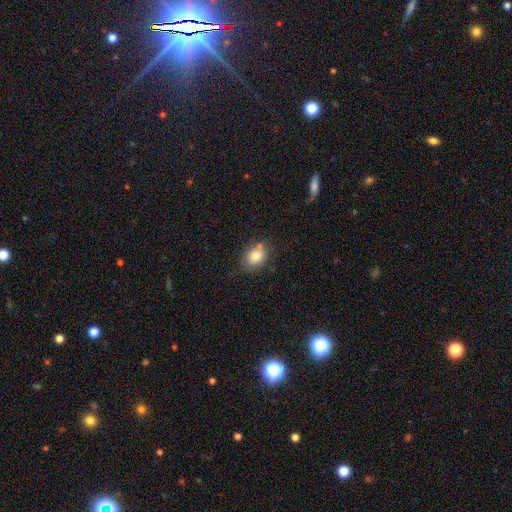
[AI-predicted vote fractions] Smooth or featured? smooth (81%)
How rounded? in between (65%)
Merging? none (68%)